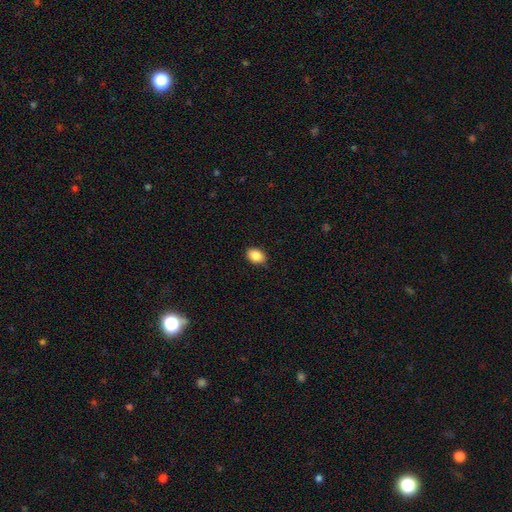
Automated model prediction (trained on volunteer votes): Smooth or featured? smooth (87%)
How rounded? in between (79%)
Merging? none (85%)